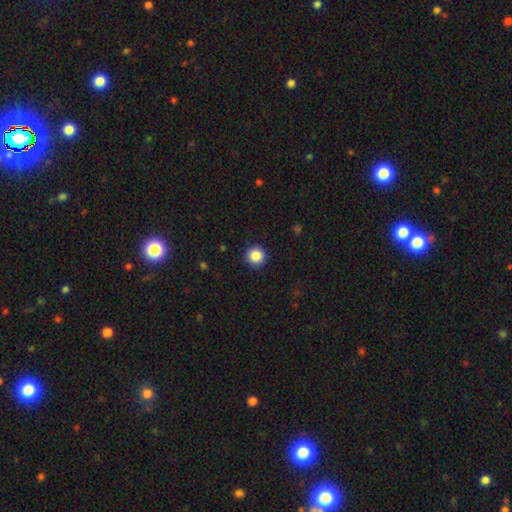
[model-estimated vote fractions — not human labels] smooth_or_featured: smooth (p=0.87) [alt: star or artifact p=0.10]
how_rounded: round (p=0.95) [alt: in between p=0.04]
merging: none (p=0.92) [alt: minor disturbance p=0.05]